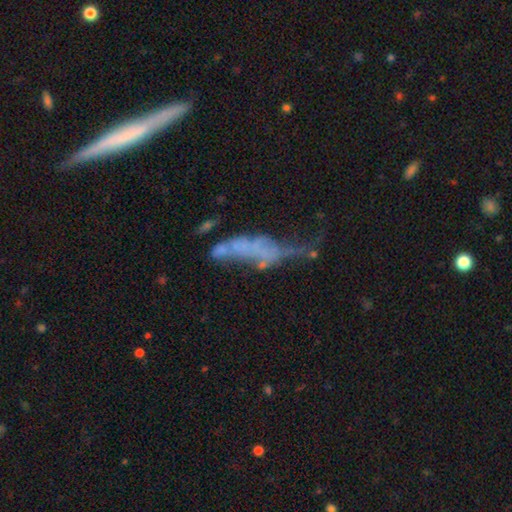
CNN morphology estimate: Smooth or featured? Predicted: featured or disk (p=0.52). Edge-on disk? Predicted: no (p=0.56). Merging? Predicted: none (p=0.35).